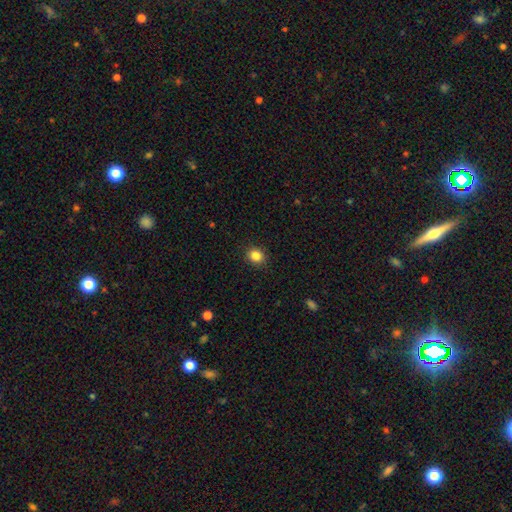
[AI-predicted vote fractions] Smooth or featured: smooth — 85% (star or artifact — 11%)
How rounded: round — 73% (in between — 26%)
Merging: none — 90% (minor disturbance — 7%)